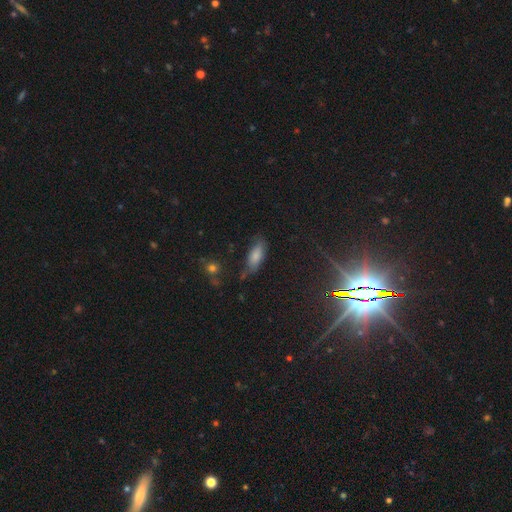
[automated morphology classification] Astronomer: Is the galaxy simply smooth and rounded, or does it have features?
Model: smooth — 75%.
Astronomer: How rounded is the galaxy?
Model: in between — 73%.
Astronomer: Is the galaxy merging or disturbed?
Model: none — 60%.